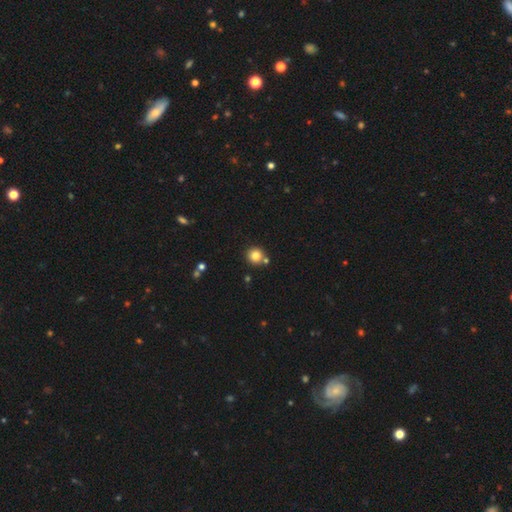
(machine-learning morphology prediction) The model was most divided on "merging": none: 78%, merger: 12%, minor disturbance: 8%, major disturbance: 2%. More confident: how rounded — round (93%); smooth or featured — smooth (82%).